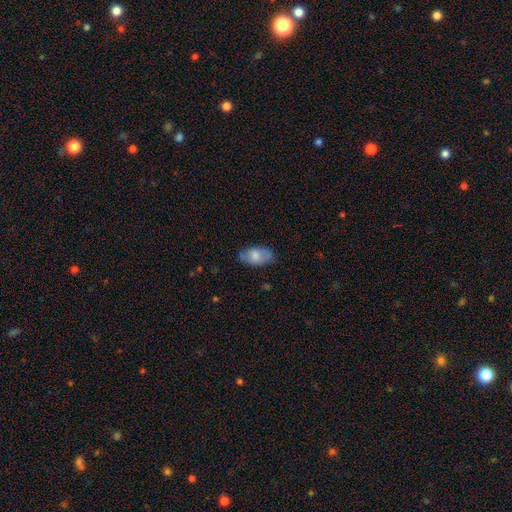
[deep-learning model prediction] This appears to be a smooth galaxy with no disk features (72%) that is in between round and cigar-shaped (93%). Merging: none (71%).